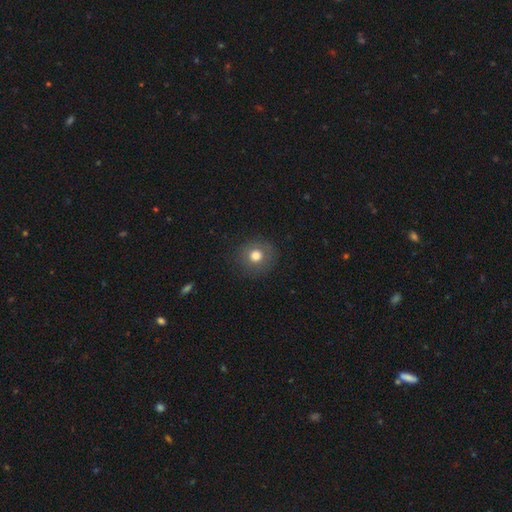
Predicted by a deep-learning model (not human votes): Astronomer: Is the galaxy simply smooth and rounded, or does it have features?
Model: smooth — 75%.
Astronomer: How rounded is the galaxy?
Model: round — 89%.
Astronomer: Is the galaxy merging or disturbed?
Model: none — 85%.